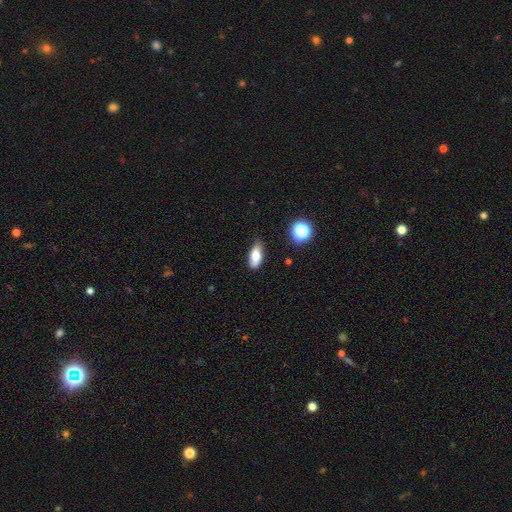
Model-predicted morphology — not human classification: This appears to be a smooth galaxy with no disk features (69%) that is in between round and cigar-shaped (79%). Merging: none (77%).